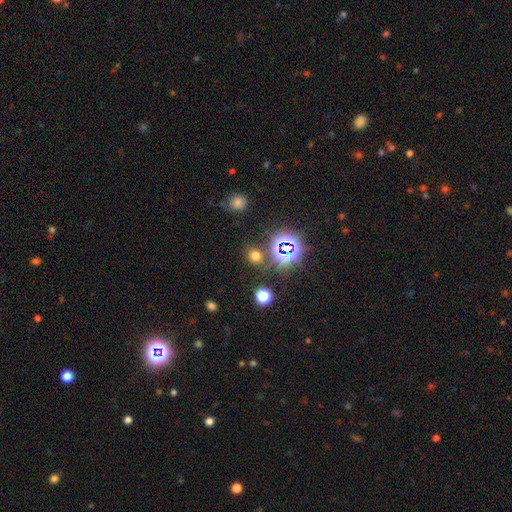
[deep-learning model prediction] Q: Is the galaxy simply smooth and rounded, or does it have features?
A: smooth — 59%.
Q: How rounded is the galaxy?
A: round — 61%.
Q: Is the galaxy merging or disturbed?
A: none — 80%.